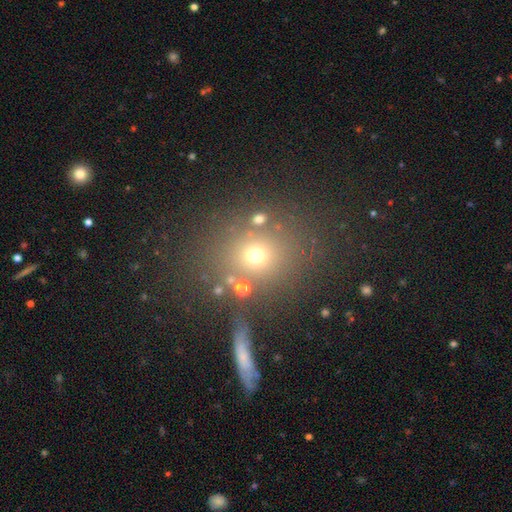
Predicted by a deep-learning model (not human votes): Smooth or featured? smooth (65%)
How rounded? round (75%)
Merging? none (73%)